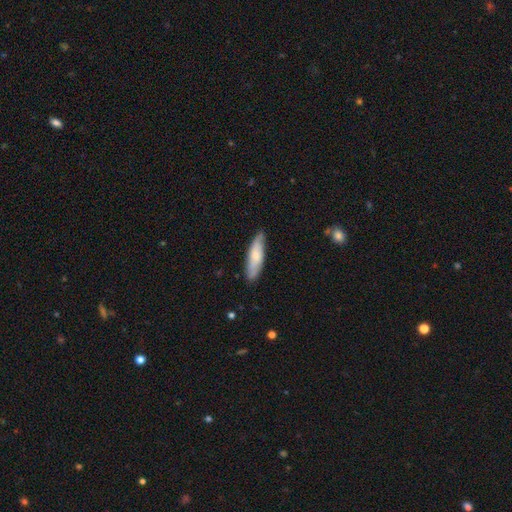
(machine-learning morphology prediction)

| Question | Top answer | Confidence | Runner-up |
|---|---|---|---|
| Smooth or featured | smooth | 66% | featured or disk (29%) |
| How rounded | cigar-shaped | 61% | in between (38%) |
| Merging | none | 79% | minor disturbance (17%) |